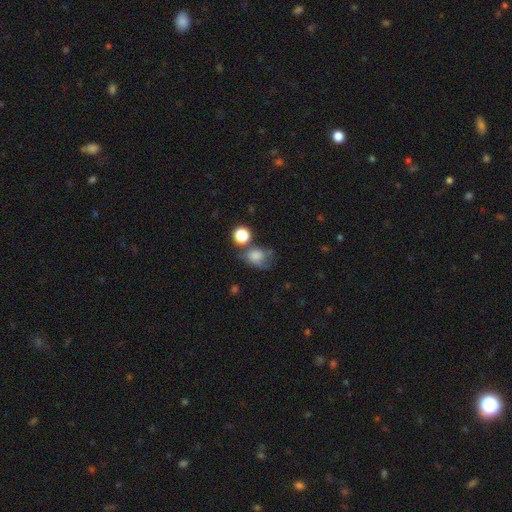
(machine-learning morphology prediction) Smooth or featured?
  - smooth: 72% *
  - featured or disk: 15%
  - star or artifact: 13%
How rounded?
  - in between: 52% *
  - round: 47%
  - cigar-shaped: 1%
Merging?
  - none: 34% *
  - minor disturbance: 25%
  - major disturbance: 23%
  - merger: 18%